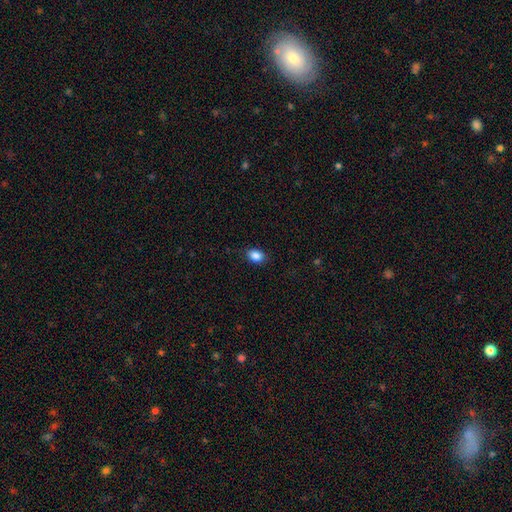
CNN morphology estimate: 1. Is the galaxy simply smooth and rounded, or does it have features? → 87% smooth, 9% star or artifact, 4% featured or disk.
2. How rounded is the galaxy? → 75% in between, 23% round, 1% cigar-shaped.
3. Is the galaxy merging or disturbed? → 85% none, 11% minor disturbance, 3% major disturbance, 1% merger.